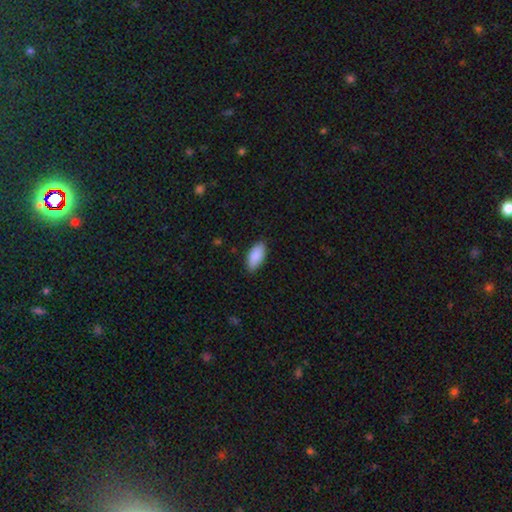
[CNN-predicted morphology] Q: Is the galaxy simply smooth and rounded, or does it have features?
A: smooth — 90%.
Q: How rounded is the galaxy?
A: in between — 91%.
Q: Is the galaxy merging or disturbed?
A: none — 86%.